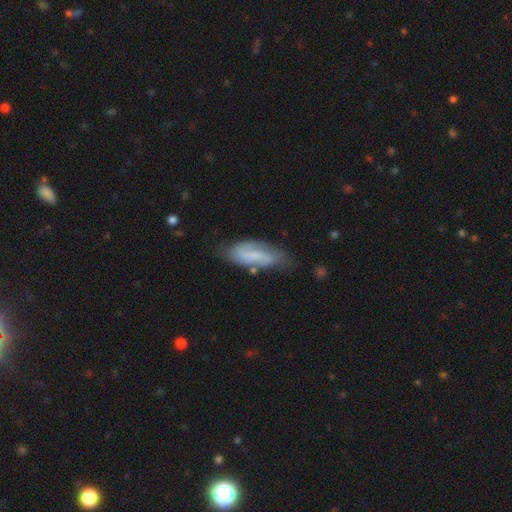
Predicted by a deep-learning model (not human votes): A featured or disk galaxy (58%) with a weak bar (45%), spiral arms (88%) and a small central bulge (43%).

Vote fractions:
- Smooth or featured? featured or disk: 58% / smooth: 35% / star or artifact: 7%
- Edge-on disk? no: 92% / yes: 8%
- Bar? weak: 45% / no: 33% / strong: 22%
- Spiral arms? yes: 88% / no: 12%
- Bulge size? small: 43% / none: 37% / moderate: 16% / large: 3% / dominant: 1%
- Merging? none: 61% / minor disturbance: 25% / major disturbance: 9% / merger: 4%